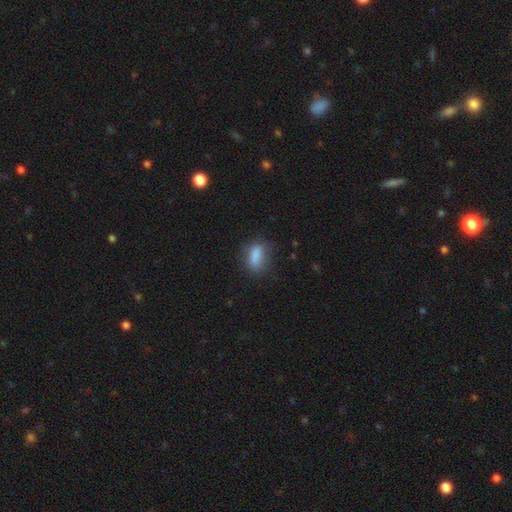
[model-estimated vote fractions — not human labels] Smooth or featured?
  - smooth: 82% *
  - star or artifact: 10%
  - featured or disk: 8%
How rounded?
  - in between: 83% *
  - round: 9%
  - cigar-shaped: 8%
Merging?
  - none: 62% *
  - minor disturbance: 25%
  - major disturbance: 11%
  - merger: 2%